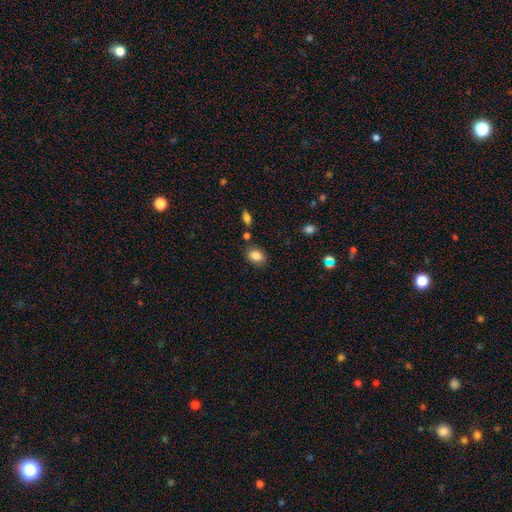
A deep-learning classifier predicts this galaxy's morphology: This is clearly a smooth galaxy (84%). How rounded: likely in between (69%). Merging: clearly none (80%).